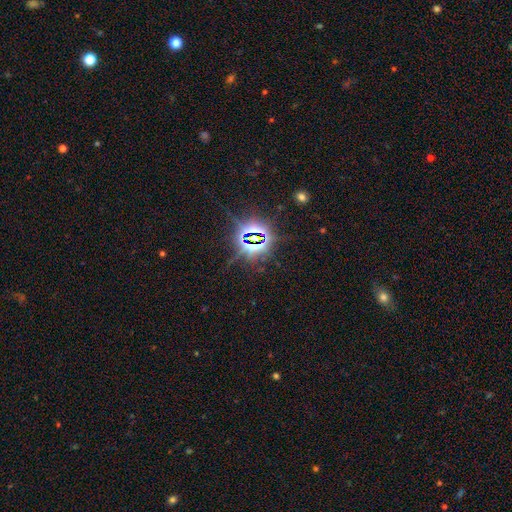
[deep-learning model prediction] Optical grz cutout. It shows a star or artifact, not a galaxy (83%).